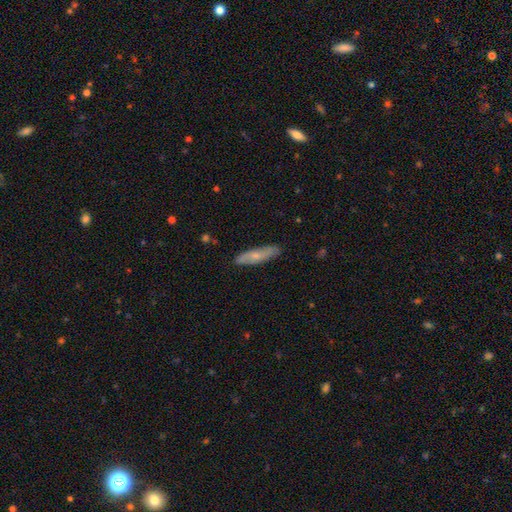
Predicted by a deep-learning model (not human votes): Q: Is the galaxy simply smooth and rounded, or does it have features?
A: smooth — 53%.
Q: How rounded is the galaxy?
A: cigar-shaped — 74%.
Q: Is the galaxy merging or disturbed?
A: none — 86%.